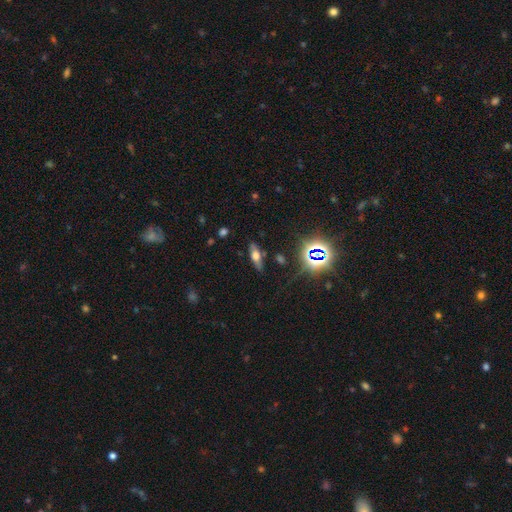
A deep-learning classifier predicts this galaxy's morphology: smooth_or_featured: smooth (p=0.44) [alt: featured or disk p=0.38]
merging: none (p=0.81) [alt: minor disturbance p=0.13]